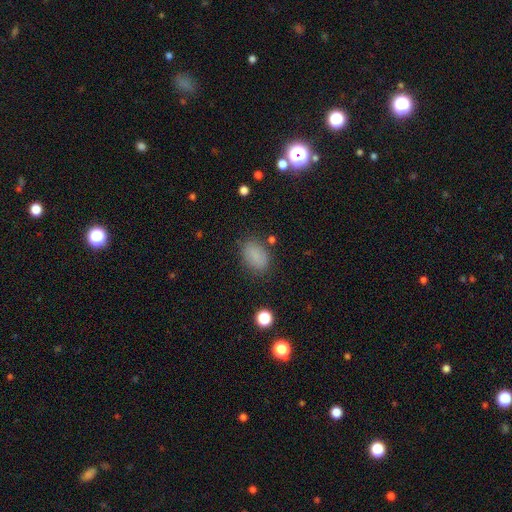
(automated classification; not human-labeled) Morphology: type=smooth (83%); roundness=in between (85%); merging=none (79%).